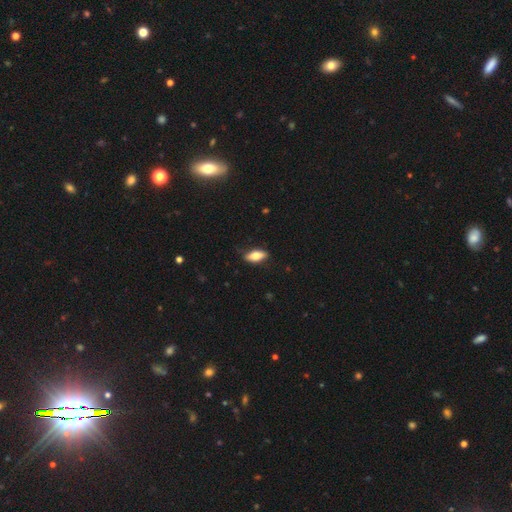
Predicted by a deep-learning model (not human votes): Q: Smooth or featured?
A: smooth (73%); runner-up: featured or disk (21%)
Q: How rounded?
A: in between (79%); runner-up: cigar-shaped (18%)
Q: Merging?
A: none (80%); runner-up: minor disturbance (16%)